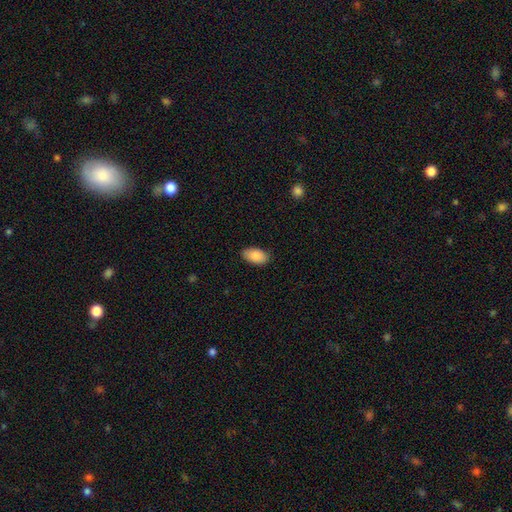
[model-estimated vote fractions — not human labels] Smooth or featured: smooth — 88% (star or artifact — 7%)
How rounded: in between — 94% (round — 4%)
Merging: none — 85% (minor disturbance — 11%)